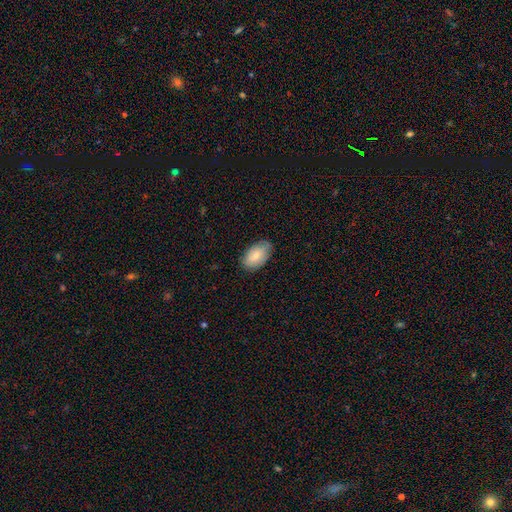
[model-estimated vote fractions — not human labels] smooth-or-featured: smooth: 78% | featured or disk: 16% | star or artifact: 6%
  how-rounded: in between: 93% | round: 5% | cigar-shaped: 1%
  merging: none: 74% | minor disturbance: 21% | major disturbance: 4% | merger: 1%